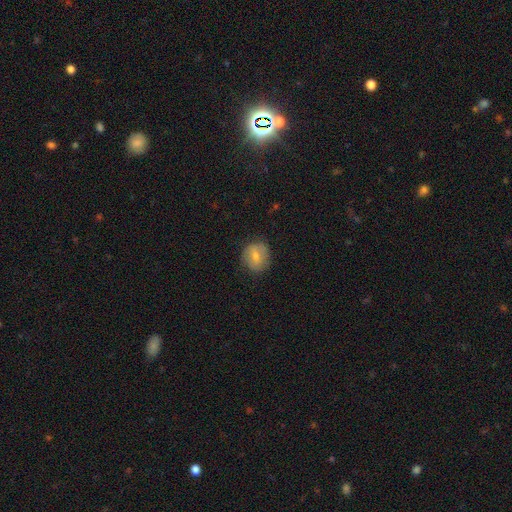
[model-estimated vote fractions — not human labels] smooth-or-featured: smooth: 65% | featured or disk: 27% | star or artifact: 8%
  how-rounded: round: 72% | in between: 27% | cigar-shaped: 1%
  merging: none: 78% | minor disturbance: 16% | major disturbance: 5% | merger: 1%